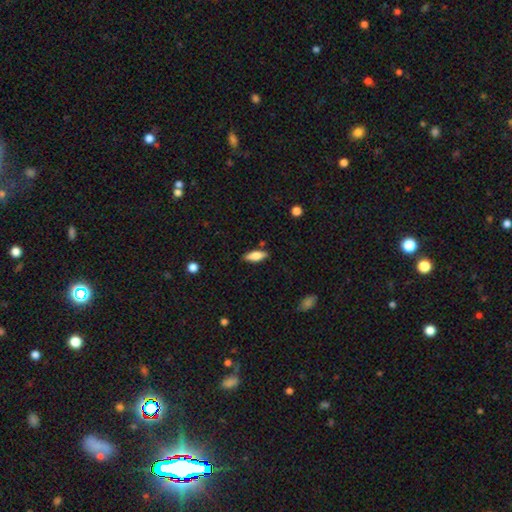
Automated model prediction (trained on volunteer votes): A smooth galaxy with no disk features (76%) that is in between round and cigar-shaped (65%).

Vote fractions:
- Smooth or featured? smooth: 76% / featured or disk: 17% / star or artifact: 6%
- How rounded? in between: 65% / cigar-shaped: 33% / round: 2%
- Merging? none: 84% / minor disturbance: 11% / major disturbance: 2% / merger: 2%